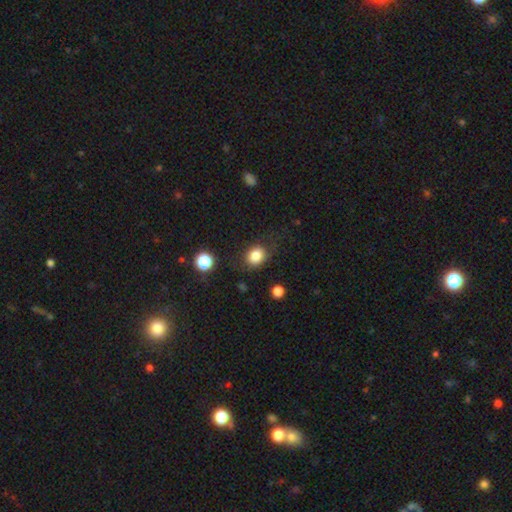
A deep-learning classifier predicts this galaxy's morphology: smooth_or_featured: smooth (p=0.84) [alt: star or artifact p=0.10]
how_rounded: round (p=0.55) [alt: in between p=0.44]
merging: none (p=0.78) [alt: minor disturbance p=0.14]